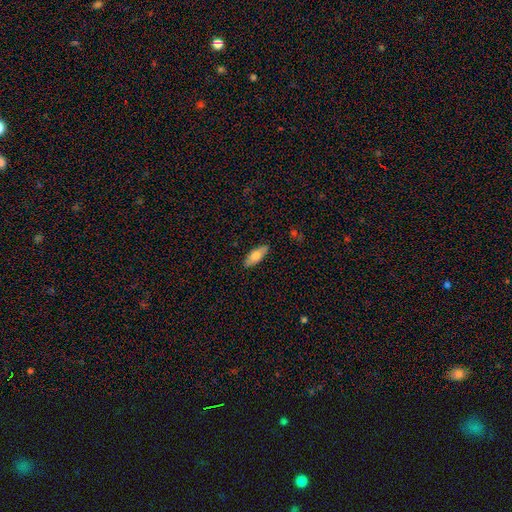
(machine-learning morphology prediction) This appears to be a smooth galaxy with no disk features (72%) that is in between round and cigar-shaped (73%). Merging: none (87%).